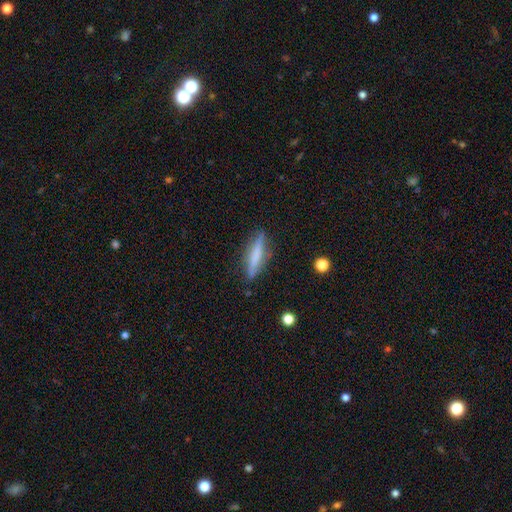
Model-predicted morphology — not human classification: Overall: smooth (53%; featured or disk 40%). How rounded: cigar-shaped (87%). Merging: none (85%).